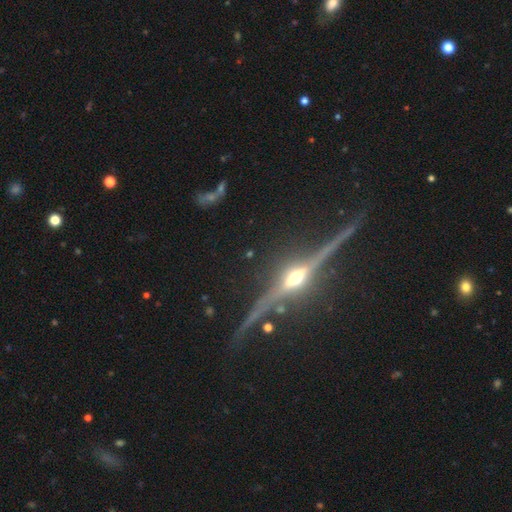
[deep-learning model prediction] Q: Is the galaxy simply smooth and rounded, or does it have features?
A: featured or disk — 89%.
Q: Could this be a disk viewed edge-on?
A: yes — 97%.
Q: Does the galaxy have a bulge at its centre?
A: rounded — 96%.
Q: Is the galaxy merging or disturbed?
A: none — 84%.